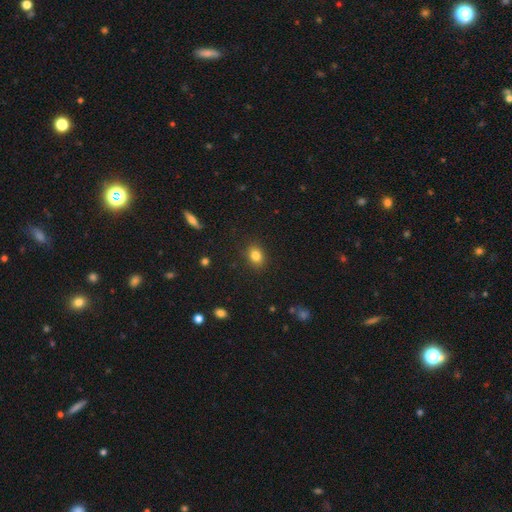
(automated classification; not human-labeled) Morphology: type=smooth (83%); roundness=in between (62%); merging=none (87%).